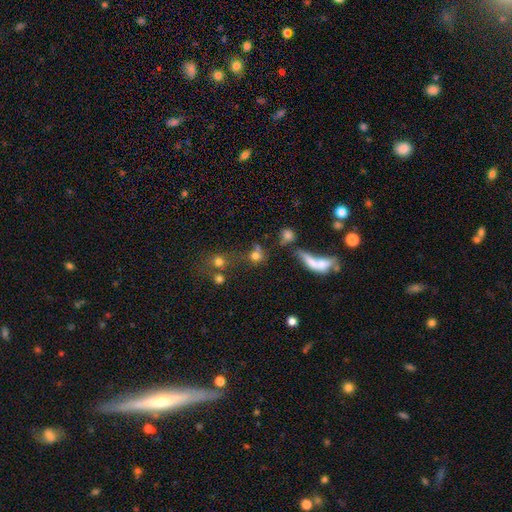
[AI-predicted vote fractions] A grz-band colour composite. It shows a smooth galaxy with no disk features (72%) that is round (78%). Merging: none (46%).